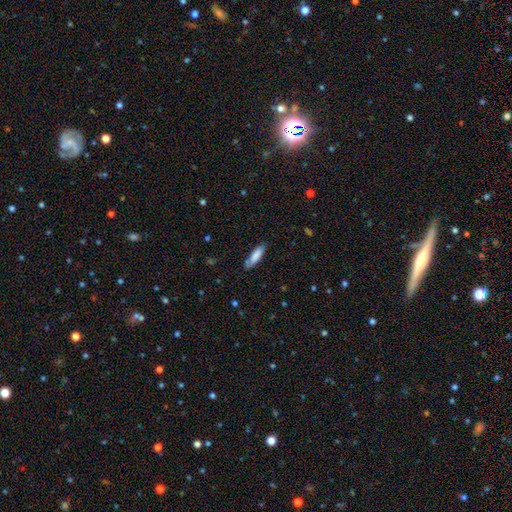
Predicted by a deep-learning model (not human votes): smooth 80%, featured or disk 13%, star or artifact 6%. Down the decision tree: how rounded — cigar-shaped (62%); merging — none (79%).